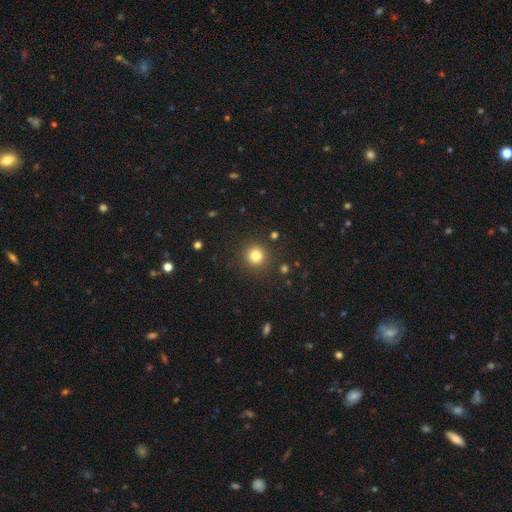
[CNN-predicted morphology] A smooth galaxy with no disk features (81%) that is round (93%).

Vote fractions:
- Smooth or featured? smooth: 81% / star or artifact: 13% / featured or disk: 6%
- How rounded? round: 93% / in between: 6% / cigar-shaped: 1%
- Merging? none: 90% / minor disturbance: 6% / major disturbance: 3% / merger: 2%